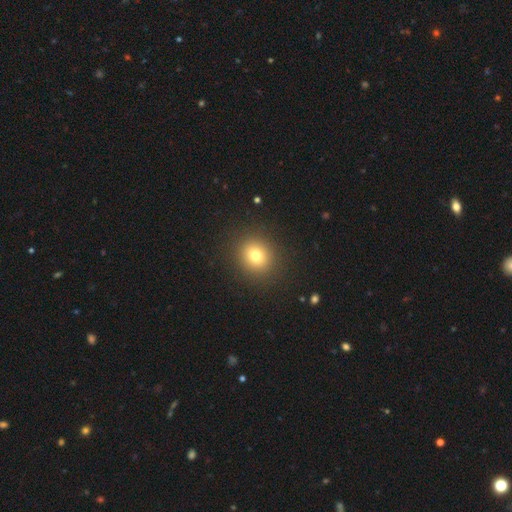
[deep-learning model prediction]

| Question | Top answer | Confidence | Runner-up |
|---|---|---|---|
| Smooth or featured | smooth | 76% | star or artifact (15%) |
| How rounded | round | 83% | in between (16%) |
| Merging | none | 90% | minor disturbance (6%) |